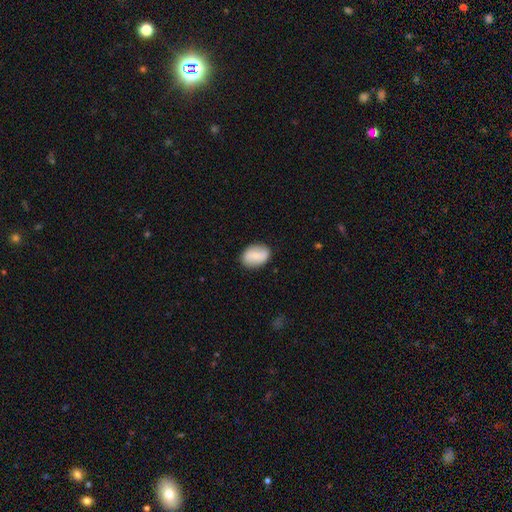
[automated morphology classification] Smooth or featured? smooth (73%)
How rounded? in between (80%)
Merging? none (84%)